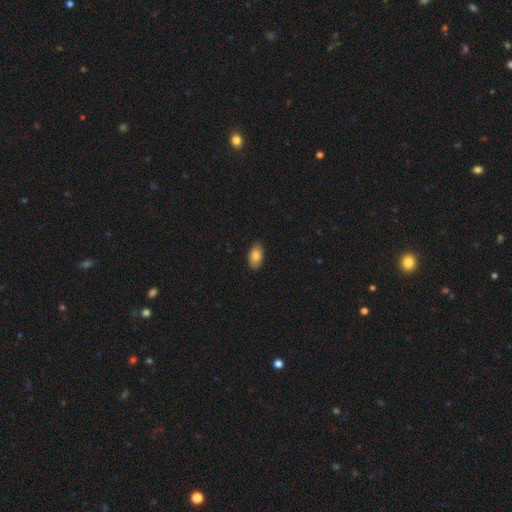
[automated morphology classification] A smooth galaxy with no disk features (83%) that is in between round and cigar-shaped (93%).

Vote fractions:
- Smooth or featured? smooth: 83% / featured or disk: 9% / star or artifact: 7%
- How rounded? in between: 93% / round: 5% / cigar-shaped: 2%
- Merging? none: 87% / minor disturbance: 10% / major disturbance: 2% / merger: 1%